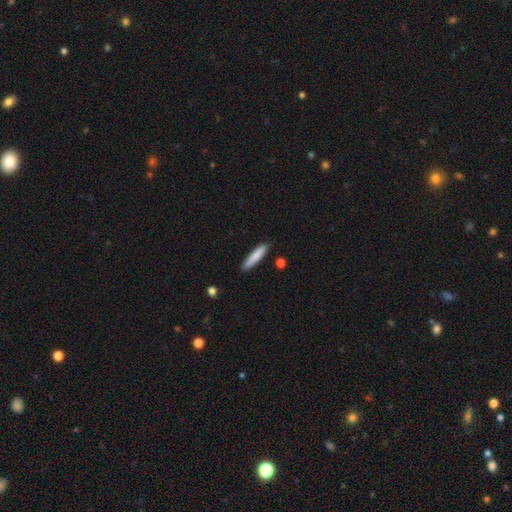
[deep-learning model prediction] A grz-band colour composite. It shows a smooth galaxy with no disk features (82%) that is cigar-shaped (88%). Merging: none (86%).